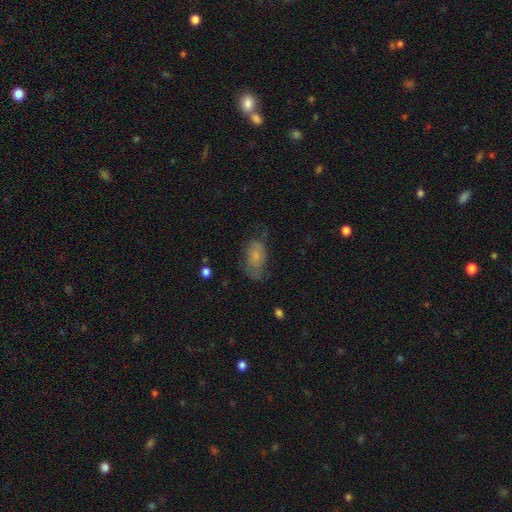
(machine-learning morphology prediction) smooth_or_featured: smooth (p=0.67) [alt: featured or disk p=0.23]
how_rounded: in between (p=0.90) [alt: round p=0.06]
merging: none (p=0.52) [alt: minor disturbance p=0.29]